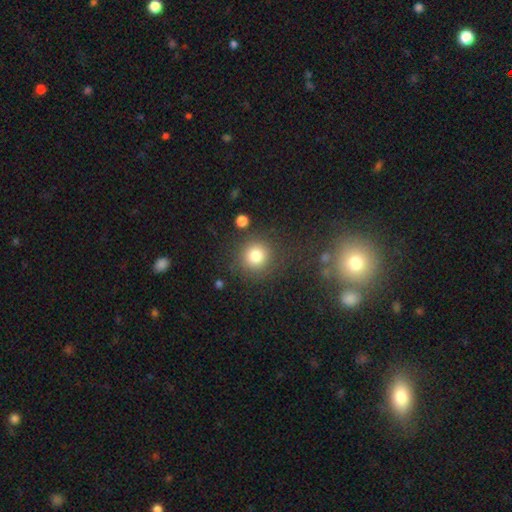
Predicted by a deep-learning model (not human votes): smooth-or-featured: smooth: 82% | star or artifact: 11% | featured or disk: 7%
  how-rounded: round: 92% | in between: 7% | cigar-shaped: 1%
  merging: none: 82% | minor disturbance: 9% | major disturbance: 5% | merger: 4%